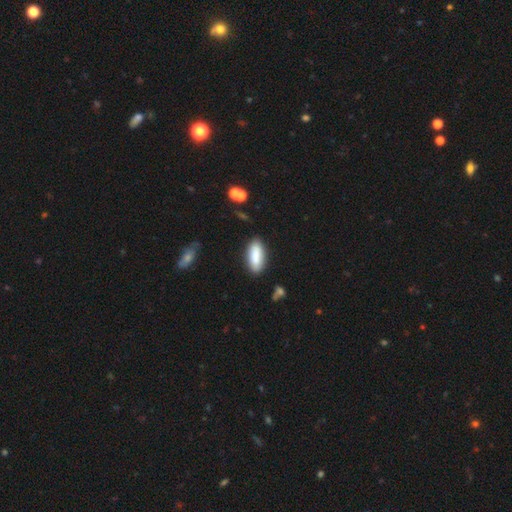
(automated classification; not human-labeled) Morphology: type=smooth (86%); roundness=in between (79%); merging=none (85%).